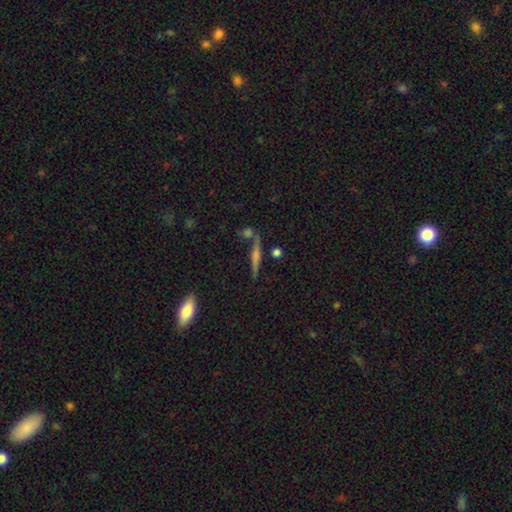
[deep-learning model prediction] A featured or disk galaxy (59%) viewed edge-on (95%) with a rounded central bulge (59%).

Vote fractions:
- Smooth or featured? featured or disk: 59% / smooth: 29% / star or artifact: 11%
- Edge-on disk? yes: 95% / no: 5%
- Edge-on bulge? rounded: 59% / none: 25% / boxy: 16%
- Merging? none: 75% / minor disturbance: 11% / merger: 10% / major disturbance: 4%